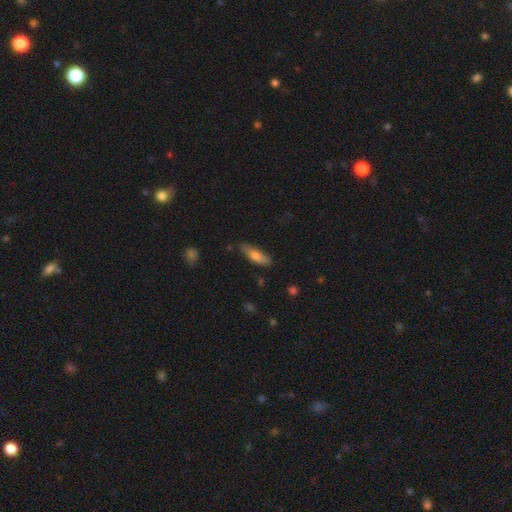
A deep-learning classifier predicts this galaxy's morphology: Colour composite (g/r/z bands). It shows a smooth galaxy with no disk features (76%) that is cigar-shaped (52%). Merging: none (72%).